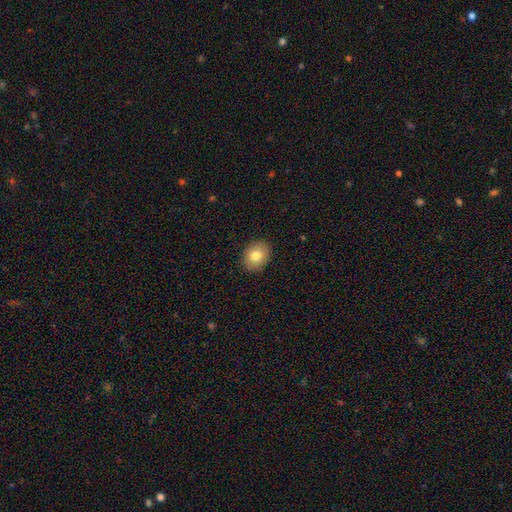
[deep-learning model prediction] smooth-or-featured: smooth: 81% | featured or disk: 11% | star or artifact: 8%
  how-rounded: in between: 60% | round: 40% | cigar-shaped: 1%
  merging: none: 90% | minor disturbance: 8% | major disturbance: 2% | merger: 1%